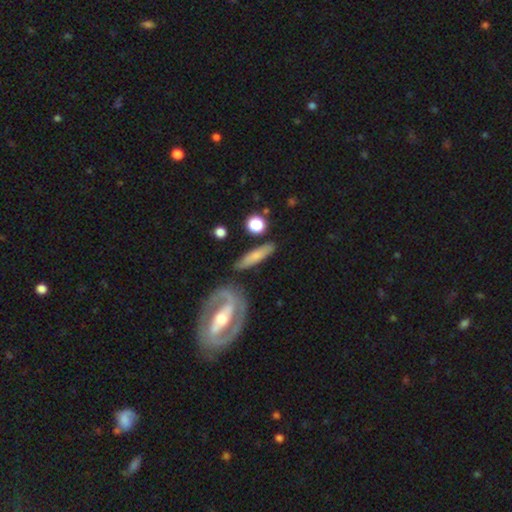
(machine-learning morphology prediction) Smooth or featured? smooth (60%)
How rounded? cigar-shaped (72%)
Merging? none (79%)